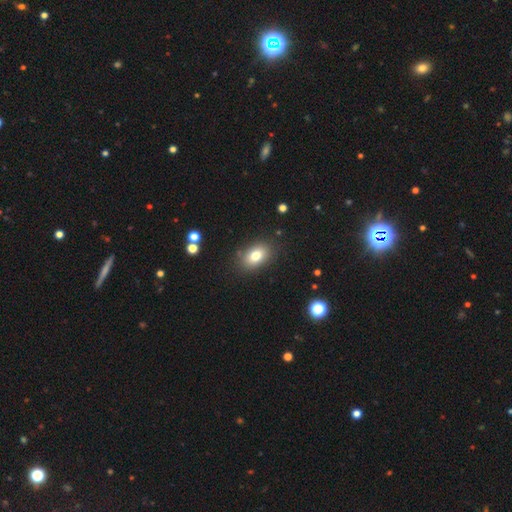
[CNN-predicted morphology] Smooth or featured: smooth — 78% (featured or disk — 11%)
How rounded: in between — 80% (round — 19%)
Merging: none — 84% (minor disturbance — 10%)